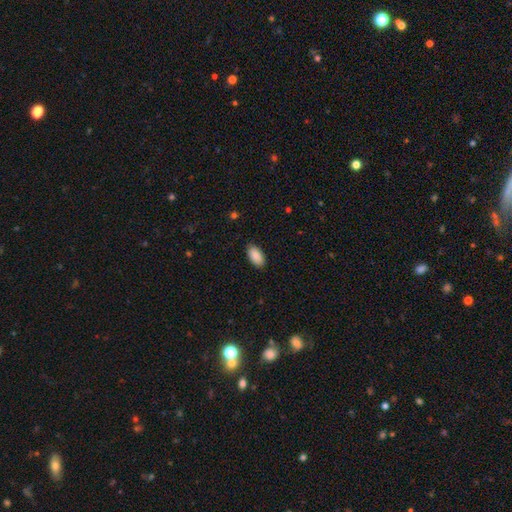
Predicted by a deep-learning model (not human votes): The model was most divided on "merging": none: 88%, minor disturbance: 9%, major disturbance: 2%, merger: 1%. More confident: how rounded — in between (95%); smooth or featured — smooth (91%).